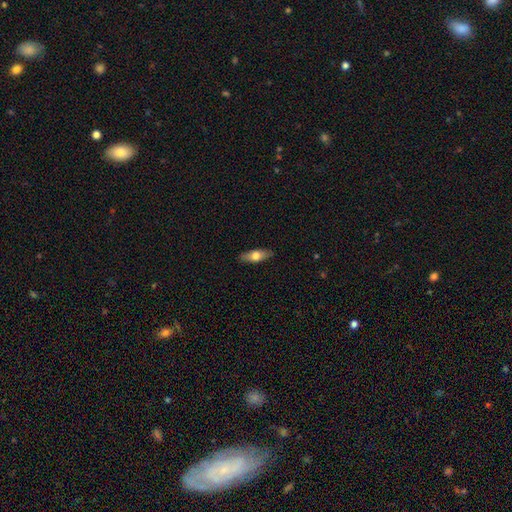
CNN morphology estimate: This appears to be a smooth galaxy with no disk features (64%) that is in between round and cigar-shaped (65%). Merging: none (88%).